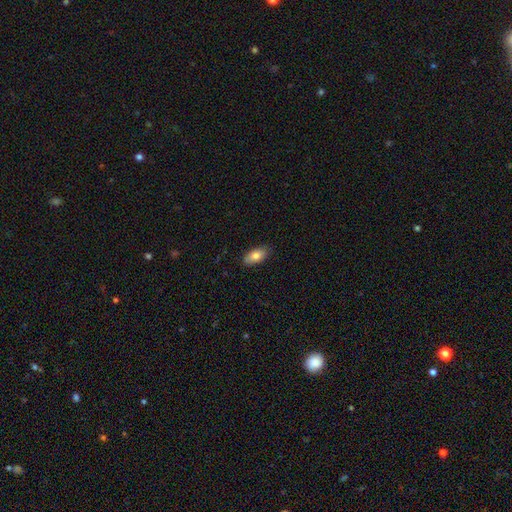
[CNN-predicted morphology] Smooth or featured: smooth — 80% (featured or disk — 13%)
How rounded: in between — 91% (cigar-shaped — 6%)
Merging: none — 86% (minor disturbance — 11%)